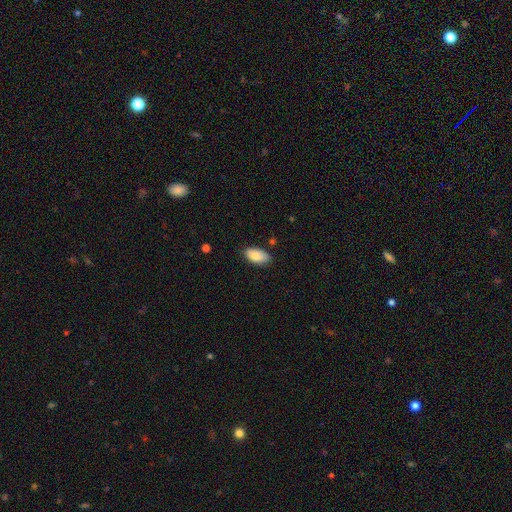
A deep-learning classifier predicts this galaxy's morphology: Smooth or featured: smooth — 80% (featured or disk — 13%)
How rounded: in between — 94% (round — 3%)
Merging: none — 77% (minor disturbance — 18%)